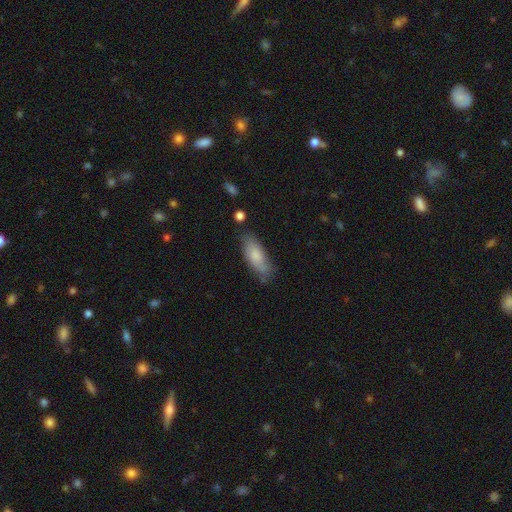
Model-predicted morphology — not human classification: The model was most divided on "how rounded": in between: 72%, cigar-shaped: 26%, round: 2%. More confident: smooth or featured — smooth (78%); merging — none (70%).